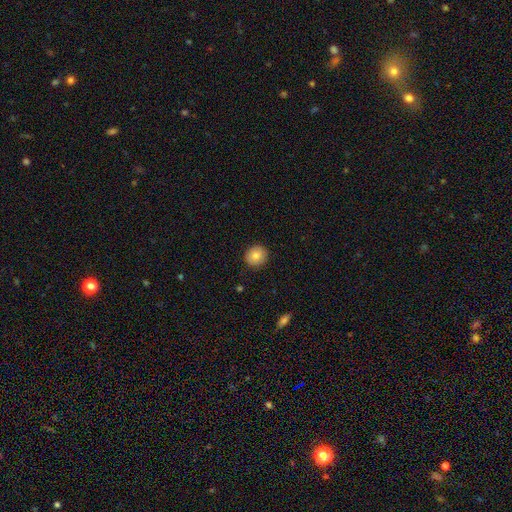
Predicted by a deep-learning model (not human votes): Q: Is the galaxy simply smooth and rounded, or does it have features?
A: smooth — 82%.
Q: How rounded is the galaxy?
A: round — 88%.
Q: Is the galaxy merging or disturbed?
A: none — 90%.